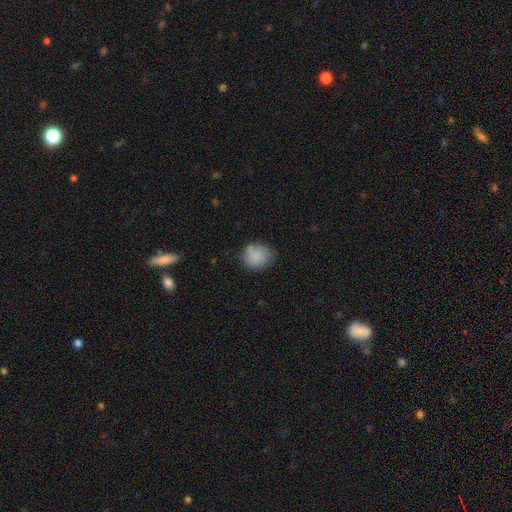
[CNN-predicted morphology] Q: Smooth or featured?
A: smooth (85%); runner-up: star or artifact (8%)
Q: How rounded?
A: round (73%); runner-up: in between (27%)
Q: Merging?
A: none (69%); runner-up: minor disturbance (21%)